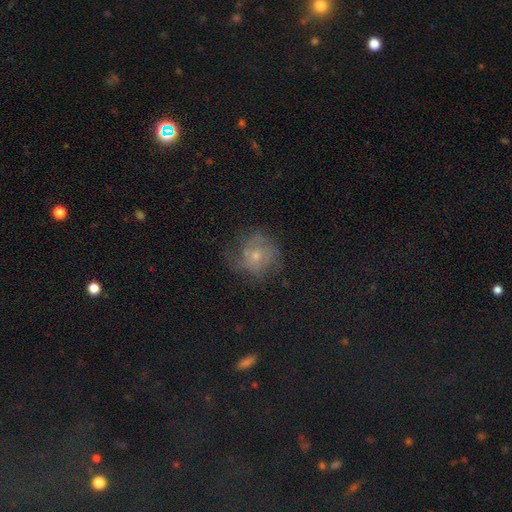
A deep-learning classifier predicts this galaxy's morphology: The model was most divided on "bulge size": small: 56%, moderate: 39%, none: 2%, large: 2%, dominant: 1%. More confident: edge-on disk — no (98%); bar — no (81%); spiral arms — yes (76%); merging — none (58%); smooth or featured — featured or disk (57%).